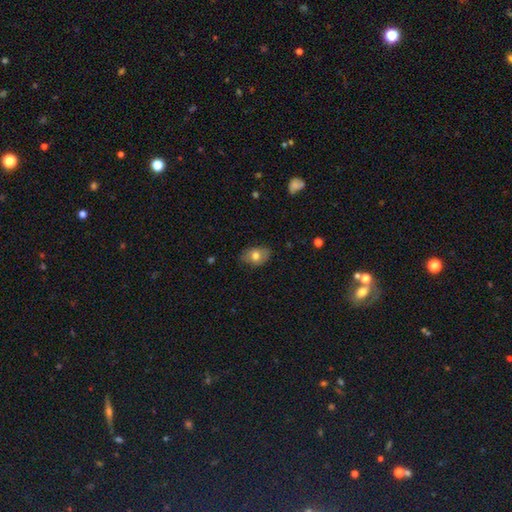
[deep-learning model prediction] Morphology: type=smooth (71%); roundness=in between (80%); merging=none (74%).